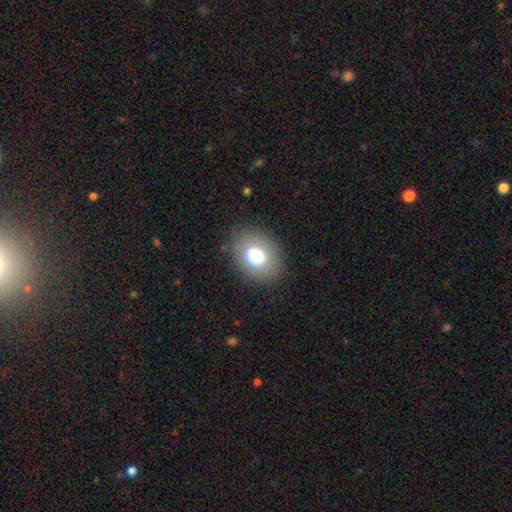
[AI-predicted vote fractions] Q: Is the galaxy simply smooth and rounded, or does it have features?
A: smooth — 77%.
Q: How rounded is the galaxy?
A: in between — 63%.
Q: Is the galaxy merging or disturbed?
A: none — 84%.